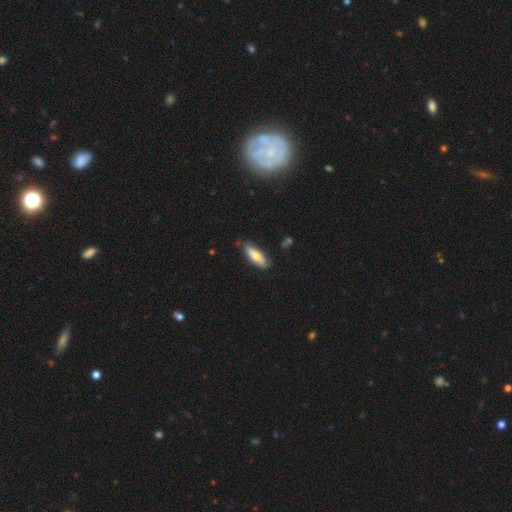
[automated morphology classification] The model was most divided on "how rounded": in between: 55%, cigar-shaped: 43%, round: 2%. More confident: merging — none (79%); smooth or featured — smooth (66%).